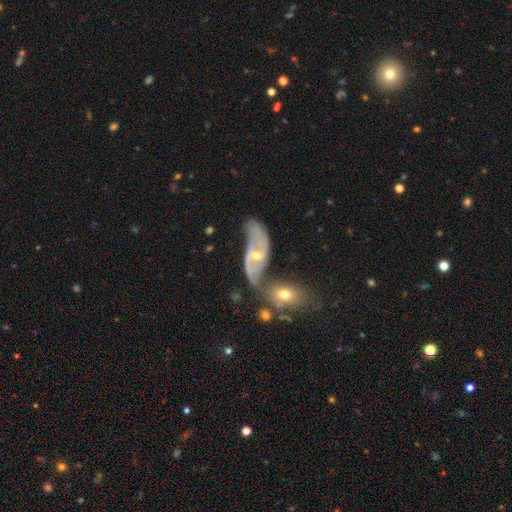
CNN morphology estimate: smooth_or_featured: featured or disk (p=0.79) [alt: smooth p=0.13]
disk_edge_on: no (p=0.91) [alt: yes p=0.09]
bar: no (p=0.45) [alt: weak p=0.37]
has_spiral_arms: yes (p=0.86) [alt: no p=0.14]
spiral_winding: loose (p=0.44) [alt: medium p=0.37]
spiral_arm_count: 2 (p=0.78) [alt: can't tell p=0.13]
bulge_size: small (p=0.55) [alt: moderate p=0.41]
merging: none (p=0.41) [alt: merger p=0.24]